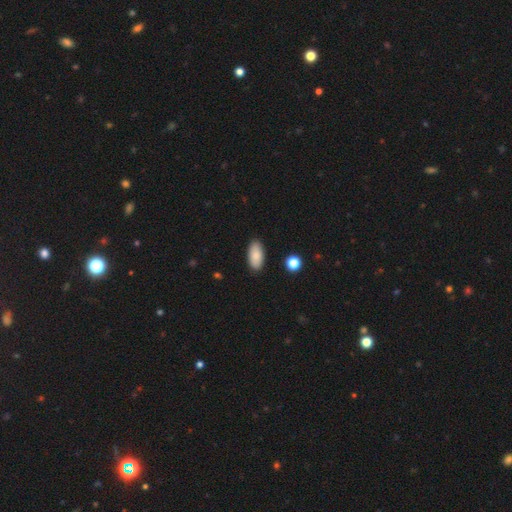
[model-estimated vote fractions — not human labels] Morphology: type=smooth (86%); roundness=in between (92%); merging=none (89%).